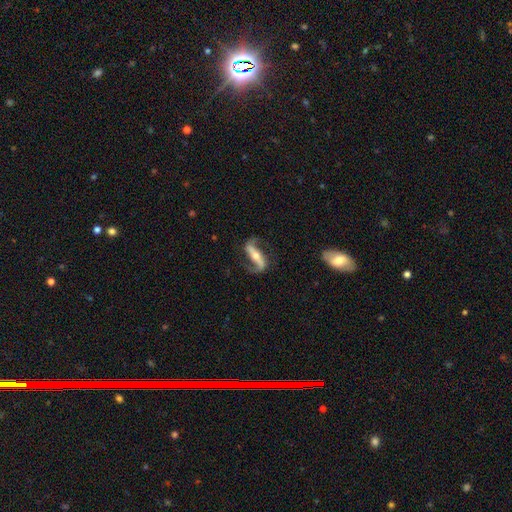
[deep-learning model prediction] A featured or disk galaxy (83%) with a strong bar (66%), 2 (90%) loose (66%) spiral arms (93%) and a moderate central bulge (50%).

Vote fractions:
- Smooth or featured? featured or disk: 83% / smooth: 12% / star or artifact: 5%
- Edge-on disk? no: 82% / yes: 18%
- Bar? strong: 66% / weak: 17% / no: 17%
- Spiral arms? yes: 93% / no: 7%
- Spiral winding? loose: 66% / medium: 24% / tight: 9%
- Spiral arm count? 2: 90% / 1: 4% / can't tell: 3% / 3: 1% / 4: 1% / more than 4: 1%
- Bulge size? moderate: 50% / small: 42% / large: 4% / none: 2% / dominant: 2%
- Merging? none: 73% / minor disturbance: 15% / major disturbance: 10% / merger: 2%